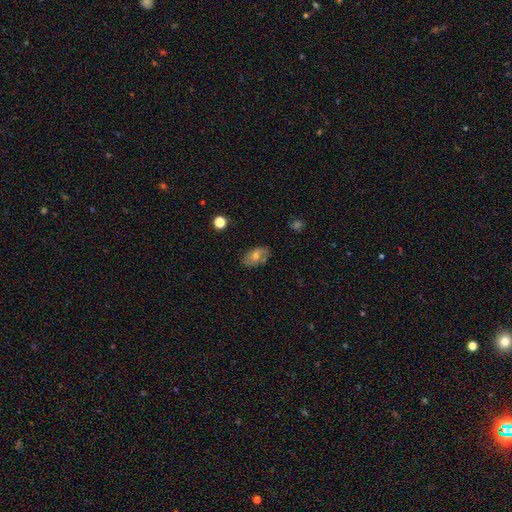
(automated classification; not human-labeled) The model was most divided on "smooth or featured": smooth: 55%, featured or disk: 33%, star or artifact: 13%. More confident: how rounded — in between (88%); merging — none (79%).